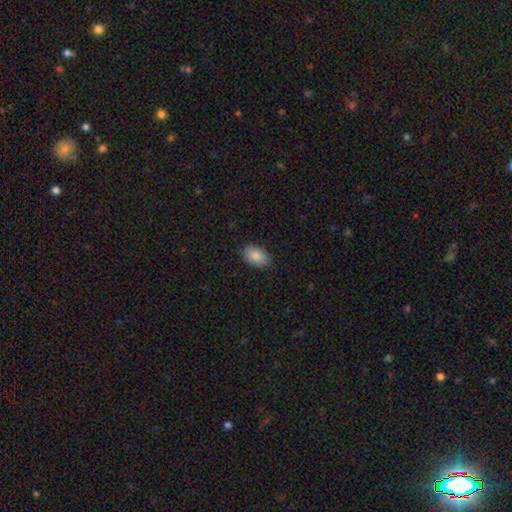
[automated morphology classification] Smooth or featured? smooth (87%)
How rounded? in between (88%)
Merging? none (86%)